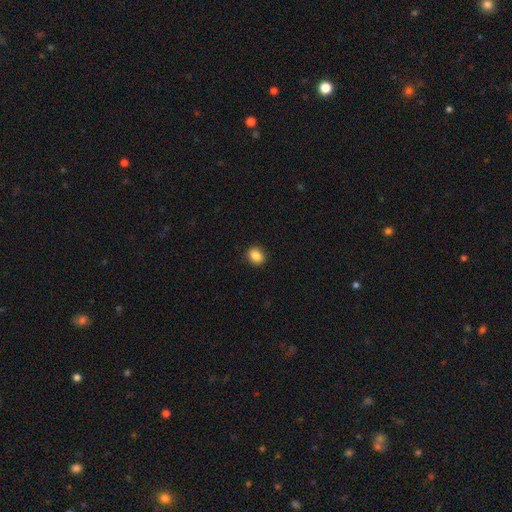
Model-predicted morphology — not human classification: Smooth or featured? Predicted: smooth (p=0.86). How rounded? Predicted: round (p=0.56). Merging? Predicted: none (p=0.89).